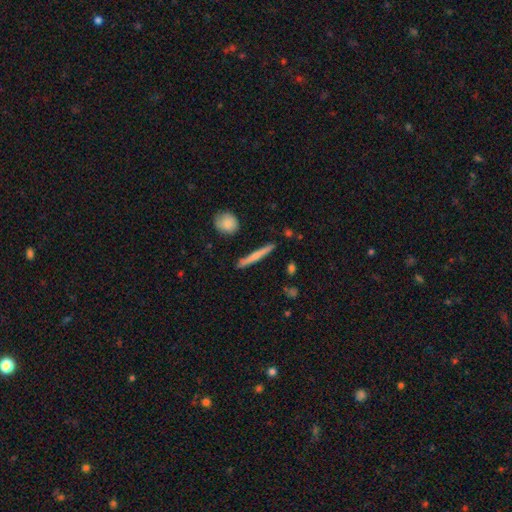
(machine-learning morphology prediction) type=smooth (56%); roundness=cigar-shaped (94%); merging=none (89%).